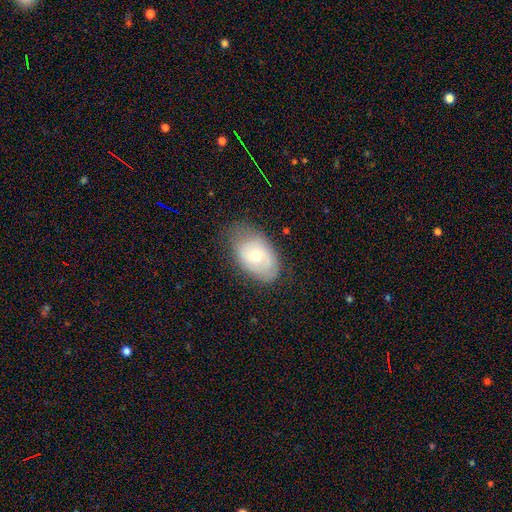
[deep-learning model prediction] A smooth galaxy with no disk features (51%) that is in between round and cigar-shaped (86%). Merging: none (63%).